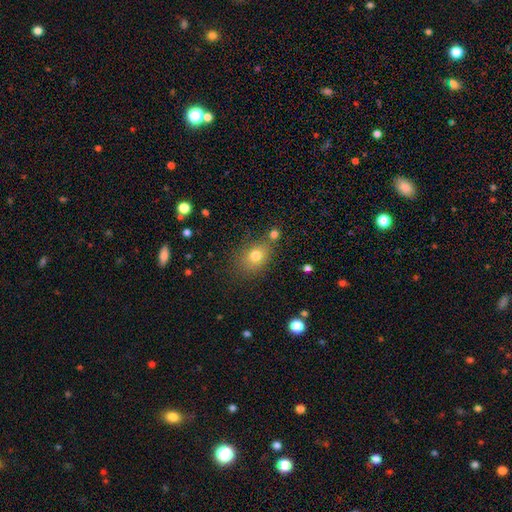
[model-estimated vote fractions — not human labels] smooth 76%, star or artifact 12%, featured or disk 12%. Down the decision tree: how rounded — in between (59%); merging — none (69%).